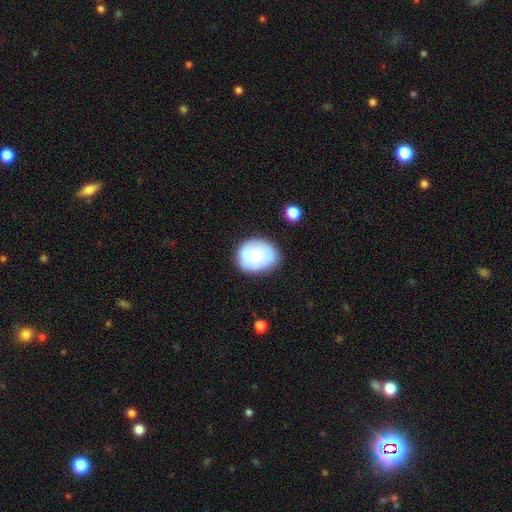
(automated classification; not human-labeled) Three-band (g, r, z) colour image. It shows a smooth galaxy with no disk features (76%) that is round (52%). Merging: none (73%).